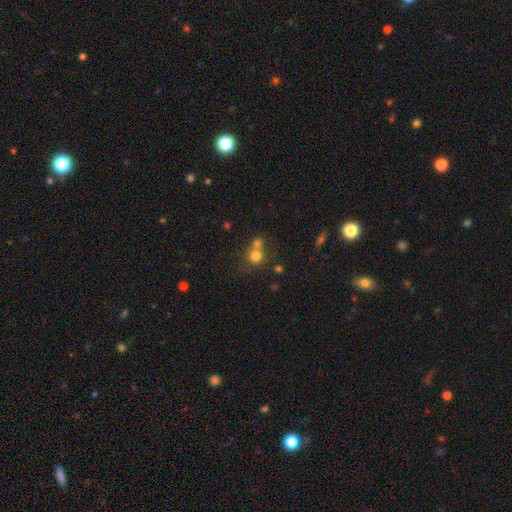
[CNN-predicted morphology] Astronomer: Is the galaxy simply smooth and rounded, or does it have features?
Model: smooth — 75%.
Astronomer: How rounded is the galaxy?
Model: round — 83%.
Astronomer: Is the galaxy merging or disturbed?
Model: merger — 47% (runner-up: none, 42%).